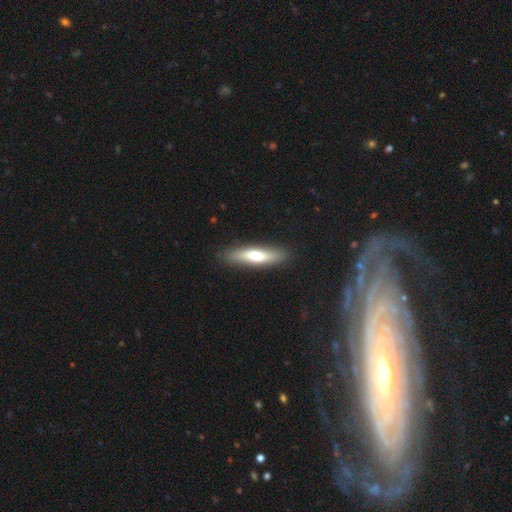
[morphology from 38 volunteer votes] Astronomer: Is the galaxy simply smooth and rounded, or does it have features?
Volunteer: smooth — 53% (runner-up: featured or disk, 45%).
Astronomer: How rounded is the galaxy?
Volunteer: cigar-shaped — 70%.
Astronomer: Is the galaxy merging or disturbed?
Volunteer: none — 92%.